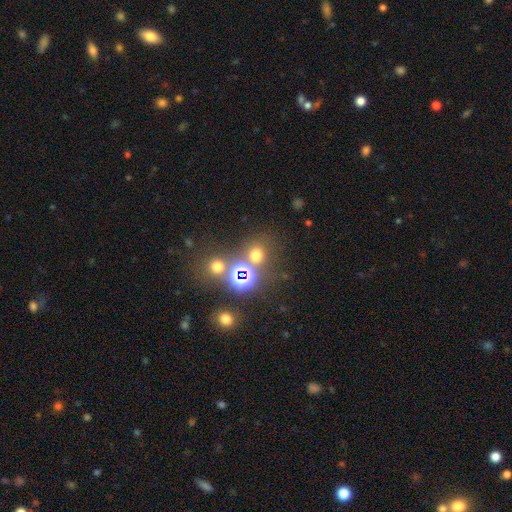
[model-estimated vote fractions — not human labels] This is possibly a smooth galaxy (59%). How rounded: clearly round (84%). Merging: likely none (68%).